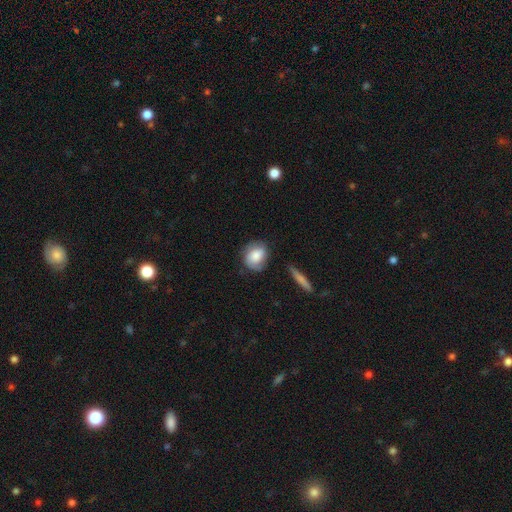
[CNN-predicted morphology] A smooth galaxy with no disk features (65%) that is round (57%).

Vote fractions:
- Smooth or featured? smooth: 65% / featured or disk: 28% / star or artifact: 7%
- How rounded? round: 57% / in between: 41% / cigar-shaped: 2%
- Merging? none: 65% / minor disturbance: 24% / major disturbance: 8% / merger: 3%